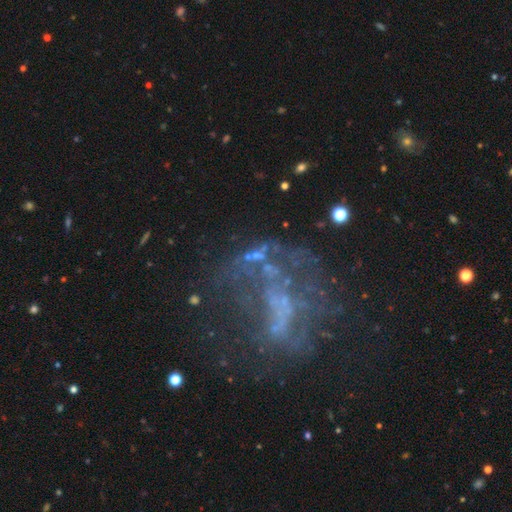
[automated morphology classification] The model was most divided on "merging": none: 45%, major disturbance: 32%, minor disturbance: 15%, merger: 8%. More confident: edge-on disk — no (97%); bar — no (82%); spiral arms — no (76%); bulge size — none (73%); smooth or featured — featured or disk (61%).